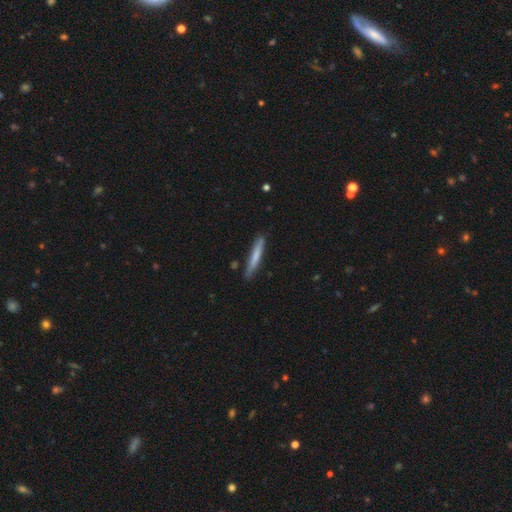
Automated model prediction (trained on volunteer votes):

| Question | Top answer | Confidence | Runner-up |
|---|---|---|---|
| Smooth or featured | smooth | 69% | featured or disk (25%) |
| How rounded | cigar-shaped | 95% | in between (4%) |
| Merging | none | 83% | minor disturbance (13%) |